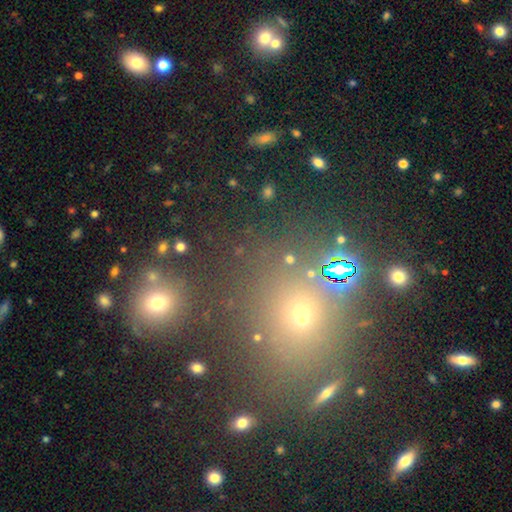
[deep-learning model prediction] smooth-or-featured: smooth: 45% | star or artifact: 44% | featured or disk: 11%
  merging: none: 76% | minor disturbance: 10% | merger: 9% | major disturbance: 5%